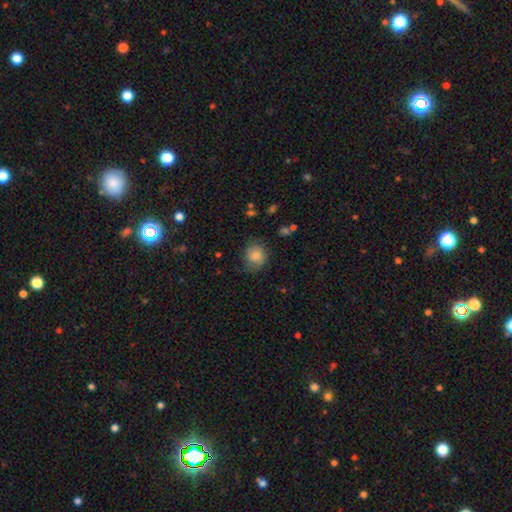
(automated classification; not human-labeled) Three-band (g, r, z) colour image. It shows a smooth galaxy with no disk features (82%) that is round (78%). Merging: none (72%).